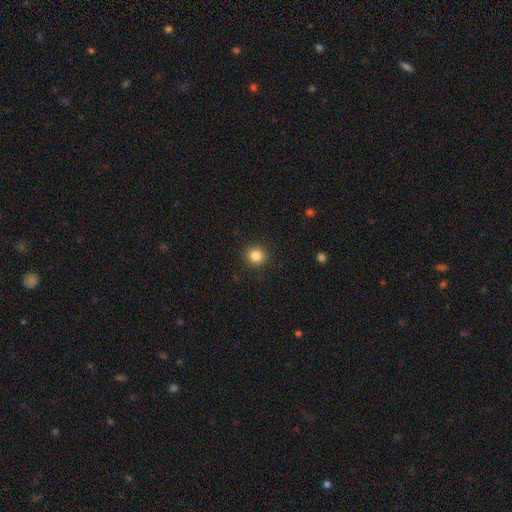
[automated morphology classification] The model was most divided on "smooth or featured": smooth: 85%, star or artifact: 11%, featured or disk: 5%. More confident: merging — none (91%); how rounded — round (88%).